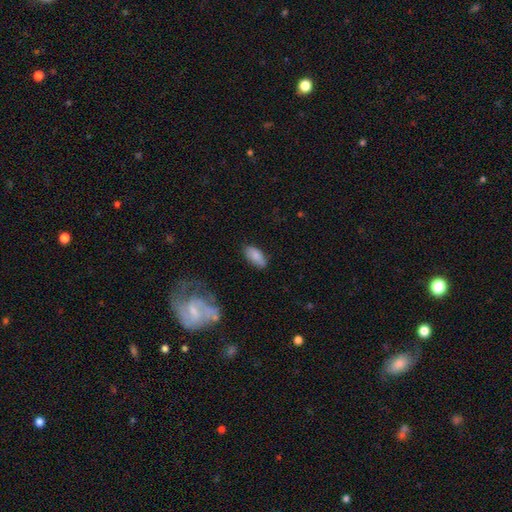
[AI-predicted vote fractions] Smooth or featured: smooth — 83% (featured or disk — 10%)
How rounded: in between — 89% (cigar-shaped — 9%)
Merging: none — 80% (minor disturbance — 15%)